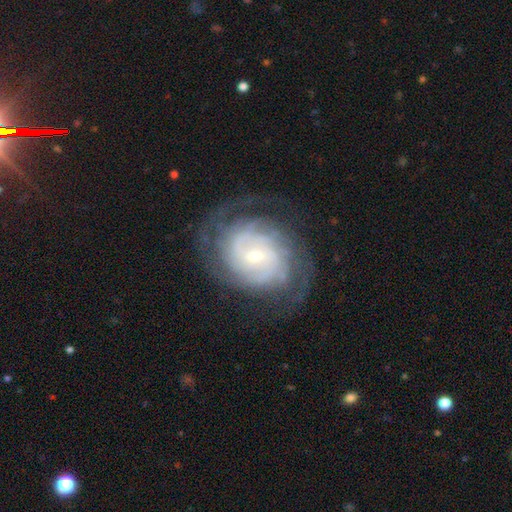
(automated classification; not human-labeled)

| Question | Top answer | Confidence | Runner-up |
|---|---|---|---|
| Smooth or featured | featured or disk | 84% | smooth (9%) |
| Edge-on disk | no | 97% | yes (3%) |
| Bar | no | 50% | weak (39%) |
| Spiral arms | yes | 95% | no (5%) |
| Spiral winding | tight | 68% | medium (25%) |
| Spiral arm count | can't tell | 38% | 2 (18%) |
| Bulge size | small | 69% | moderate (26%) |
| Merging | none | 74% | minor disturbance (15%) |